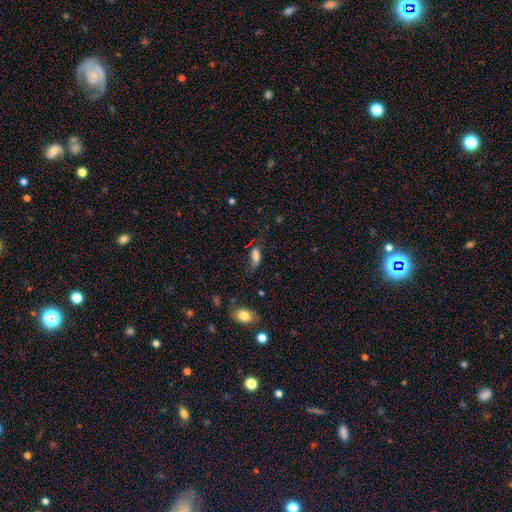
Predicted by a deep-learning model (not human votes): Morphology: type=smooth (75%); roundness=in between (78%); merging=none (44%).